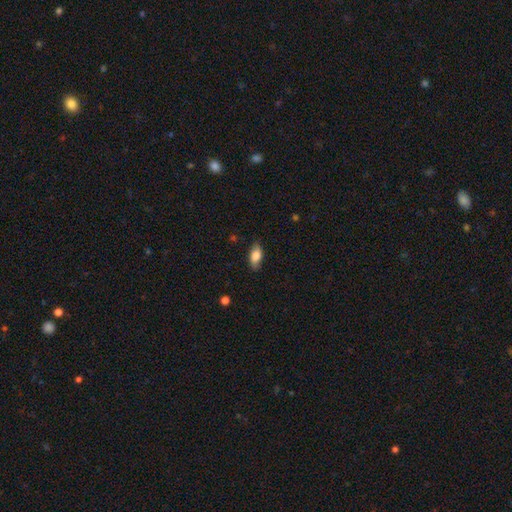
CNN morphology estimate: A smooth galaxy with no disk features (72%) that is in between round and cigar-shaped (86%).

Vote fractions:
- Smooth or featured? smooth: 72% / featured or disk: 21% / star or artifact: 7%
- How rounded? in between: 86% / cigar-shaped: 9% / round: 5%
- Merging? none: 82% / minor disturbance: 15% / major disturbance: 3% / merger: 1%